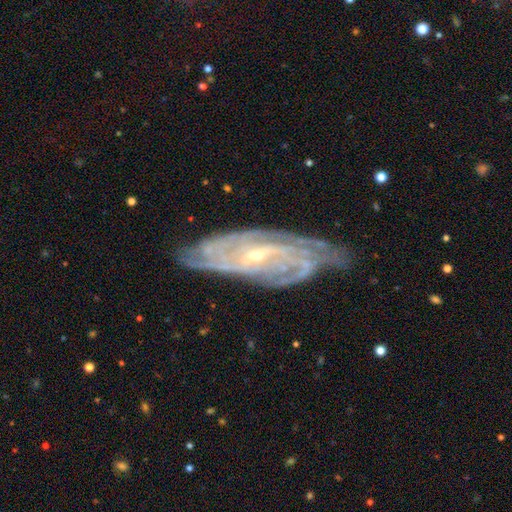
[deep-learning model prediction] featured or disk 87%, star or artifact 7%, smooth 6%. Down the decision tree: edge-on disk — no (87%); bar — weak (43%); spiral arms — yes (96%); spiral arm count — can't tell (31%); spiral winding — tight (68%); bulge size — small (70%); merging — none (75%).